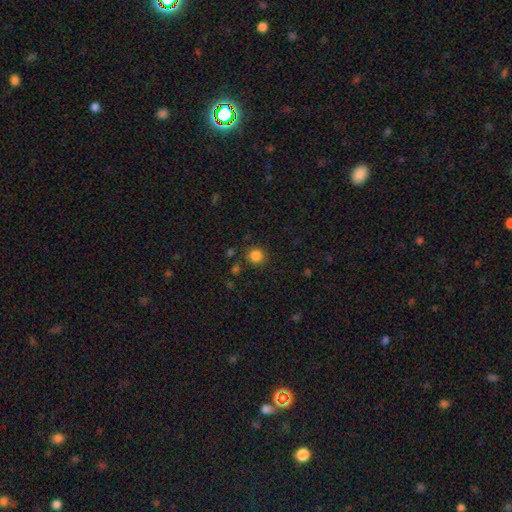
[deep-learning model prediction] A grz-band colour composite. It shows a smooth galaxy with no disk features (84%) that is round (92%). Merging: none (88%).